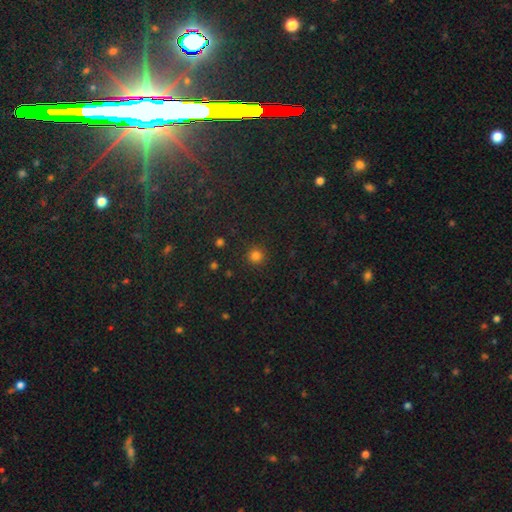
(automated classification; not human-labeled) Q: Smooth or featured?
A: smooth (81%); runner-up: star or artifact (15%)
Q: How rounded?
A: round (95%); runner-up: in between (4%)
Q: Merging?
A: none (91%); runner-up: minor disturbance (6%)